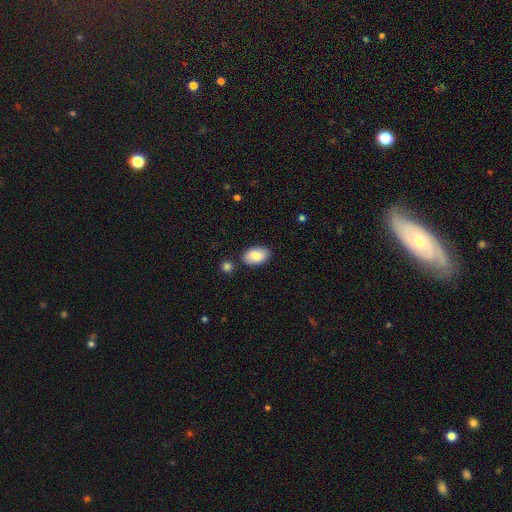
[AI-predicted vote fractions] Smooth or featured? smooth (83%)
How rounded? in between (92%)
Merging? none (81%)